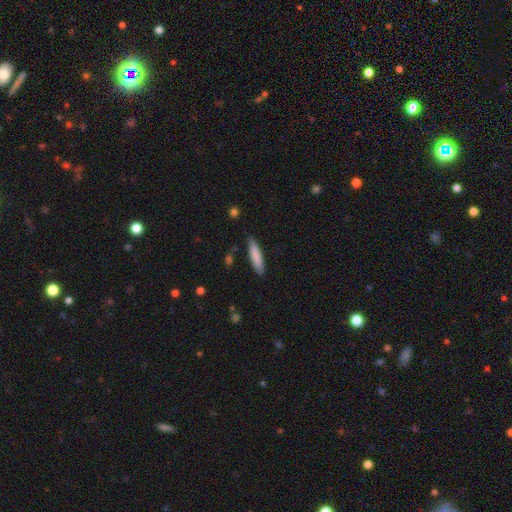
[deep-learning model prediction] Smooth or featured: smooth — 83% (featured or disk — 11%)
How rounded: cigar-shaped — 81% (in between — 17%)
Merging: none — 86% (minor disturbance — 11%)